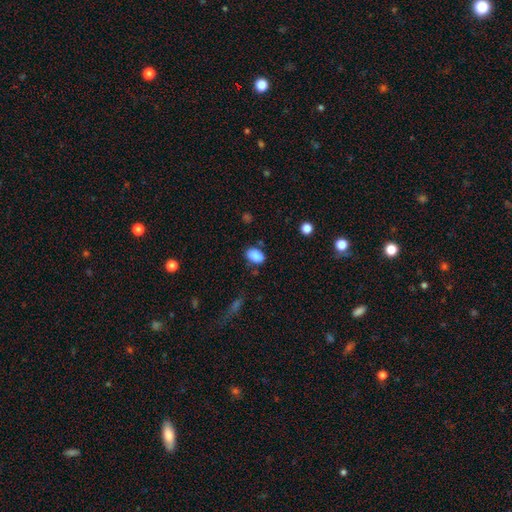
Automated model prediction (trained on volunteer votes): Overall: smooth (88%). How rounded: in between (87%). Merging: none (78%).